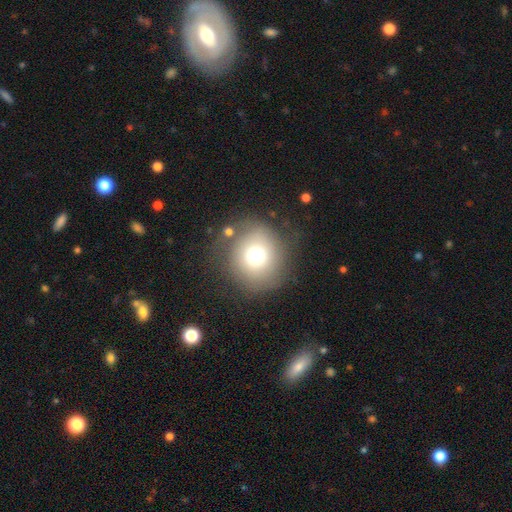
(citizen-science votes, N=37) This is likely a smooth galaxy (65%). How rounded: clearly round (96%). Merging: likely none (71%).